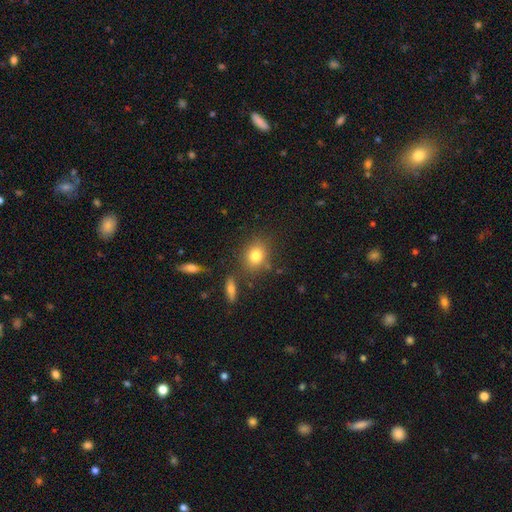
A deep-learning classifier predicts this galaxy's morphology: Q: Smooth or featured?
A: smooth (81%); runner-up: star or artifact (10%)
Q: How rounded?
A: round (55%); runner-up: in between (43%)
Q: Merging?
A: none (78%); runner-up: minor disturbance (12%)